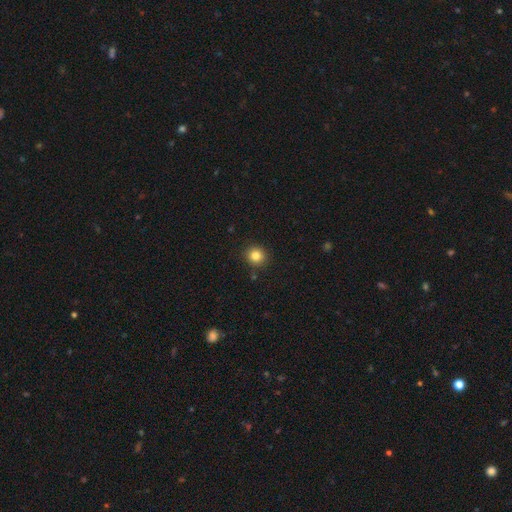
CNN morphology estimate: The model was most divided on "smooth or featured": smooth: 83%, star or artifact: 12%, featured or disk: 6%. More confident: how rounded — round (90%); merging — none (90%).